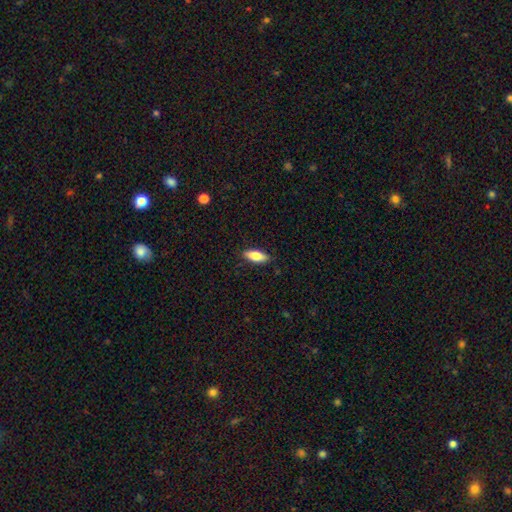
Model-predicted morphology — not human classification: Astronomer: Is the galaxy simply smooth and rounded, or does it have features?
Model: smooth — 78%.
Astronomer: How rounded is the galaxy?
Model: in between — 77%.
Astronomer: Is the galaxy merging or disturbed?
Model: none — 87%.